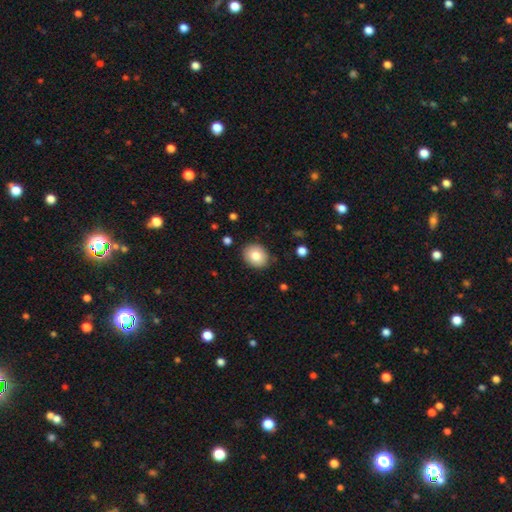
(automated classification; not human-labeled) Smooth or featured? smooth (81%)
How rounded? round (60%)
Merging? none (87%)